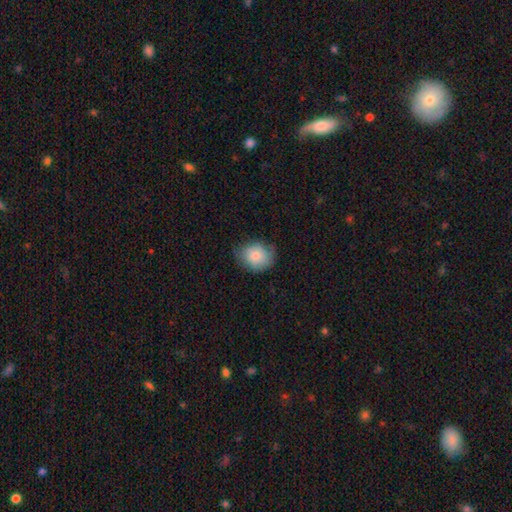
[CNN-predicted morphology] type=smooth (79%); roundness=round (64%); merging=none (64%).